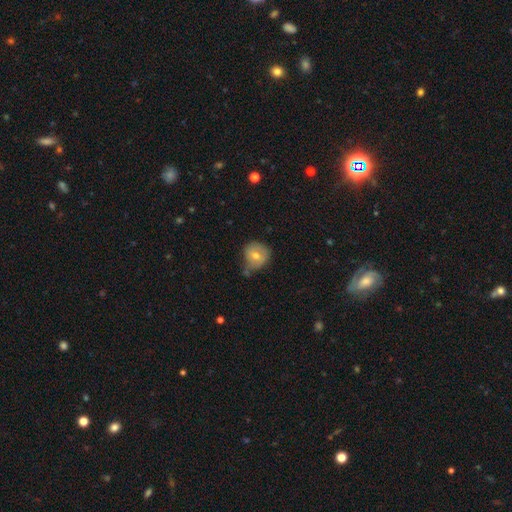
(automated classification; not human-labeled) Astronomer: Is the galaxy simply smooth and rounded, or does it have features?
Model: smooth — 64%.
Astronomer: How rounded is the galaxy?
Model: round — 84%.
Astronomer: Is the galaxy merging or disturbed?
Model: none — 56%.